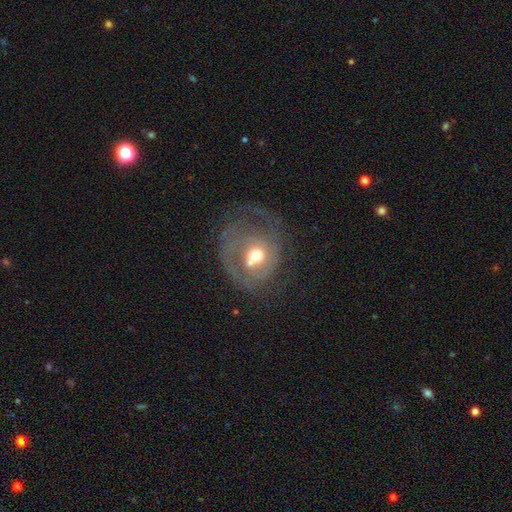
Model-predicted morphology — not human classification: smooth_or_featured: featured or disk (p=0.70) [alt: smooth p=0.22]
disk_edge_on: no (p=0.97) [alt: yes p=0.03]
bar: no (p=0.73) [alt: weak p=0.22]
has_spiral_arms: yes (p=0.73) [alt: no p=0.27]
bulge_size: moderate (p=0.64) [alt: small p=0.26]
merging: none (p=0.39) [alt: major disturbance p=0.27]